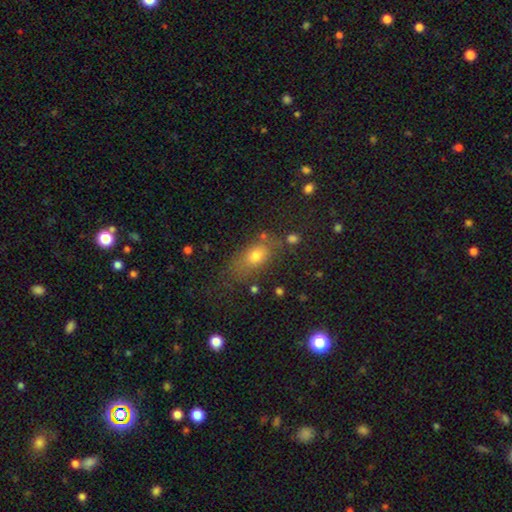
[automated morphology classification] A smooth galaxy with no disk features (72%) that is in between round and cigar-shaped (74%).

Vote fractions:
- Smooth or featured? smooth: 72% / star or artifact: 14% / featured or disk: 14%
- How rounded? in between: 74% / round: 18% / cigar-shaped: 7%
- Merging? none: 64% / minor disturbance: 20% / major disturbance: 10% / merger: 6%